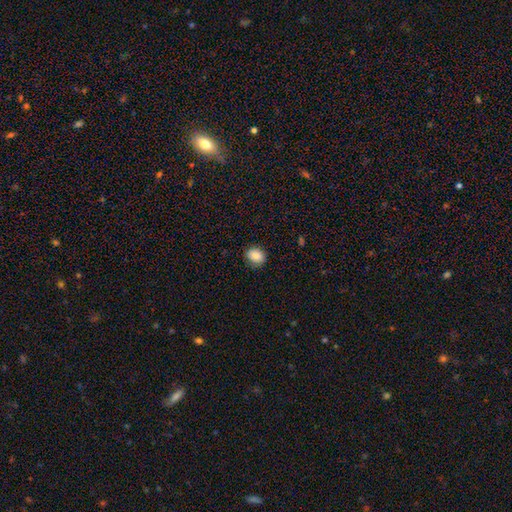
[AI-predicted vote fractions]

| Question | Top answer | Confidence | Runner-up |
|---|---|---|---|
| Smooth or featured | smooth | 85% | star or artifact (9%) |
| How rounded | round | 51% | in between (48%) |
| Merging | none | 86% | minor disturbance (11%) |